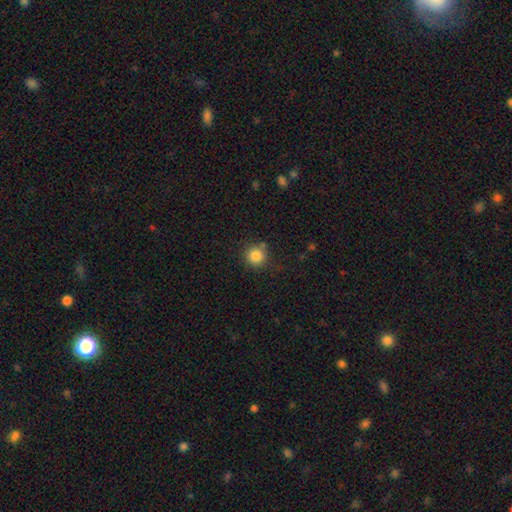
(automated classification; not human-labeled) A smooth galaxy with no disk features (84%) that is round (93%). Merging: none (79%).